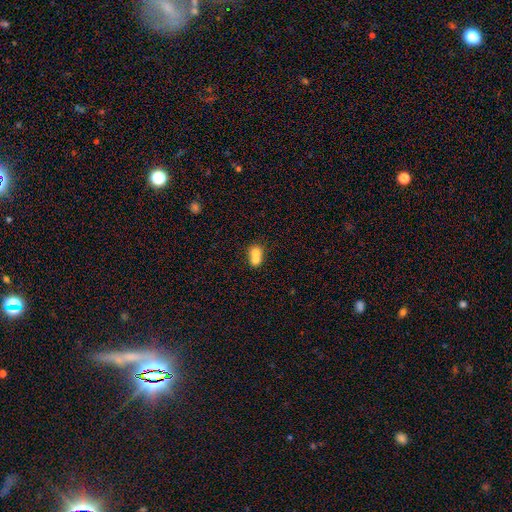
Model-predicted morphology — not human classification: This appears to be a smooth galaxy with no disk features (70%) that is round (64%). Merging: merger (72%).